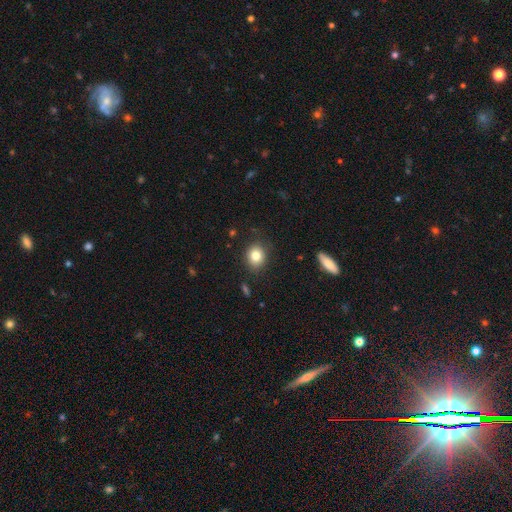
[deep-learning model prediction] smooth-or-featured: smooth: 82% | star or artifact: 10% | featured or disk: 8%
  how-rounded: round: 61% | in between: 38% | cigar-shaped: 1%
  merging: none: 85% | minor disturbance: 11% | major disturbance: 3% | merger: 1%